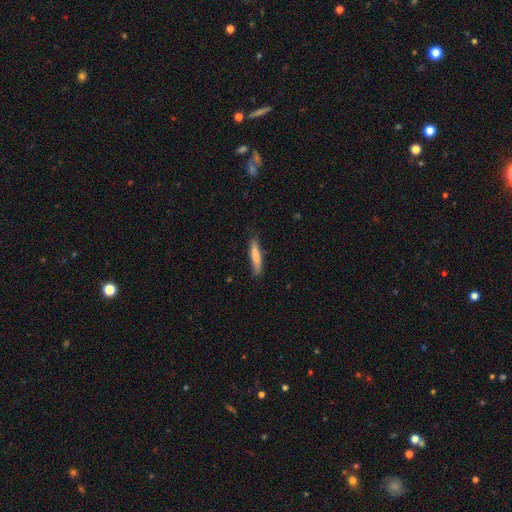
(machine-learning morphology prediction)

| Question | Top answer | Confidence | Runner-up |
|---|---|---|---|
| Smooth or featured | smooth | 77% | featured or disk (18%) |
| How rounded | cigar-shaped | 88% | in between (11%) |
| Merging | none | 79% | minor disturbance (17%) |